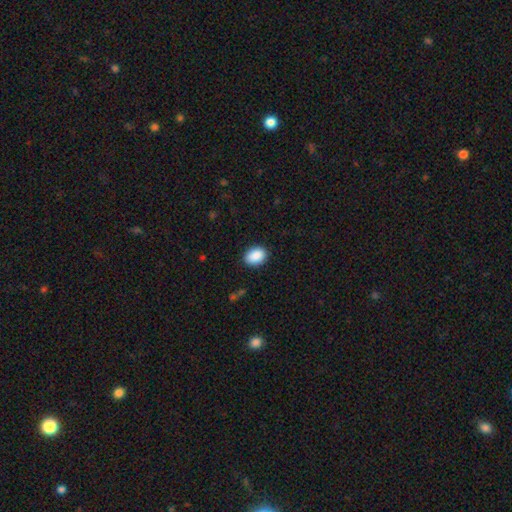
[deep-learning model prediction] Q: Smooth or featured?
A: smooth (90%); runner-up: star or artifact (7%)
Q: How rounded?
A: in between (79%); runner-up: round (20%)
Q: Merging?
A: none (89%); runner-up: minor disturbance (8%)